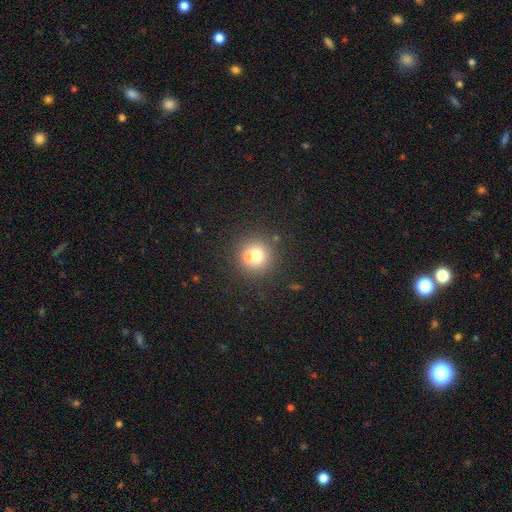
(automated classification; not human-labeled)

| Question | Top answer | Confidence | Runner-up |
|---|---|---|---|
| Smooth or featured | smooth | 66% | featured or disk (21%) |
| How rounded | round | 92% | in between (7%) |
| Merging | none | 50% | merger (41%) |